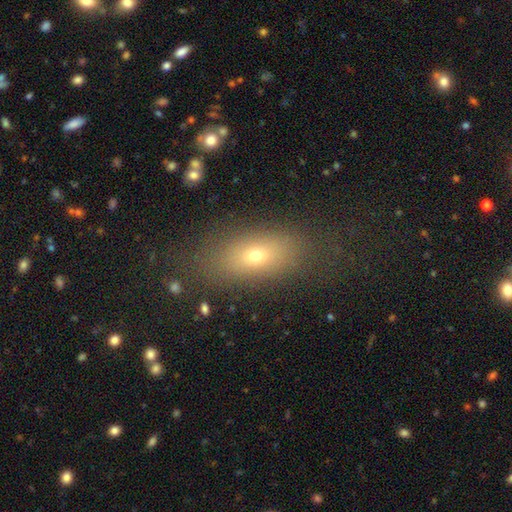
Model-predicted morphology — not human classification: Smooth or featured? Predicted: smooth (p=0.67). How rounded? Predicted: in between (p=0.78). Merging? Predicted: none (p=0.76).